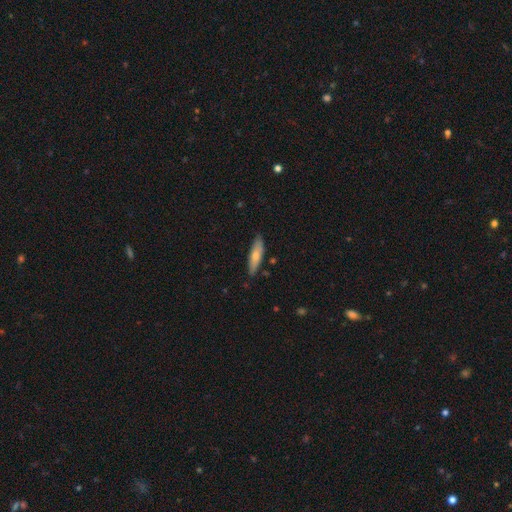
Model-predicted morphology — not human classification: A smooth galaxy with no disk features (68%) that is cigar-shaped (65%).

Vote fractions:
- Smooth or featured? smooth: 68% / featured or disk: 27% / star or artifact: 6%
- How rounded? cigar-shaped: 65% / in between: 34% / round: 2%
- Merging? none: 83% / minor disturbance: 14% / major disturbance: 2% / merger: 2%